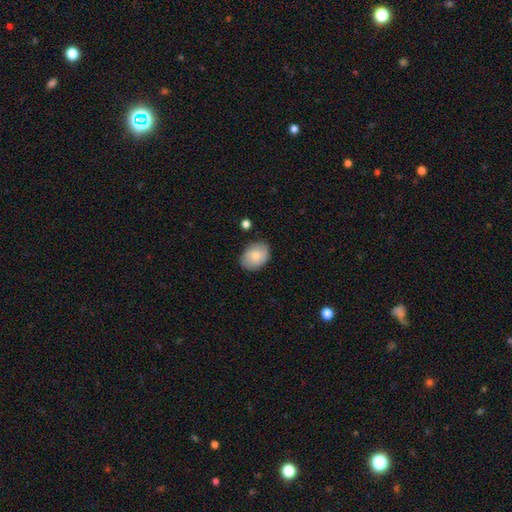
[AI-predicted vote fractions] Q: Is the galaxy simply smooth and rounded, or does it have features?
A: smooth — 77%.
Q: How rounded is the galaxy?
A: in between — 71%.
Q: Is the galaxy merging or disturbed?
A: none — 81%.